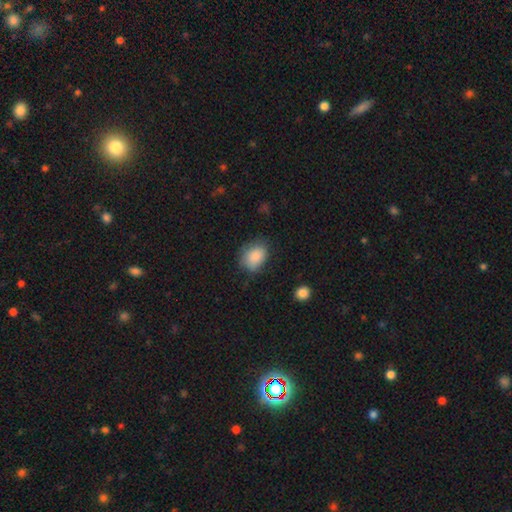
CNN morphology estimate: Smooth or featured? Predicted: smooth (p=0.87). How rounded? Predicted: in between (p=0.69). Merging? Predicted: none (p=0.70).